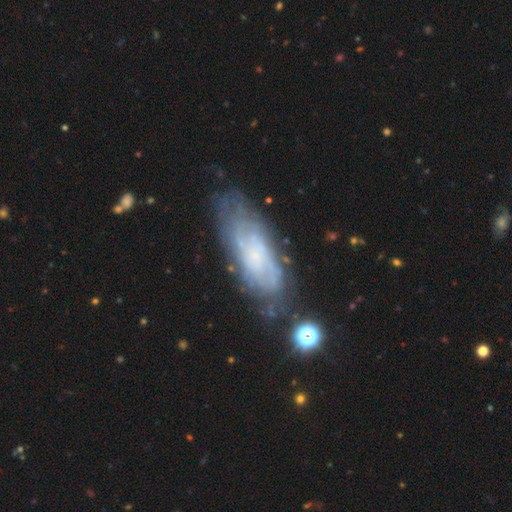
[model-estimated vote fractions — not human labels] smooth-or-featured: featured or disk: 66% | smooth: 25% | star or artifact: 9%
  disk-edge-on: no: 86% | yes: 14%
    bar: no: 75% | weak: 21% | strong: 4%
    has-spiral-arms: yes: 81% | no: 19%
    bulge-size: small: 49% | none: 37% | moderate: 10% | large: 2% | dominant: 1%
  merging: none: 68% | minor disturbance: 21% | major disturbance: 8% | merger: 3%